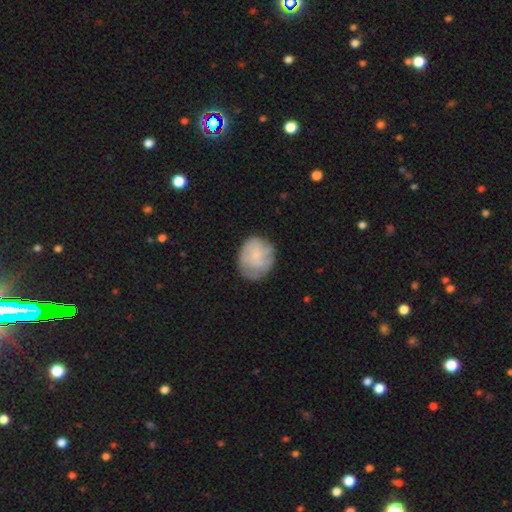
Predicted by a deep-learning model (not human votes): Smooth or featured? smooth (62%)
How rounded? round (68%)
Merging? none (68%)